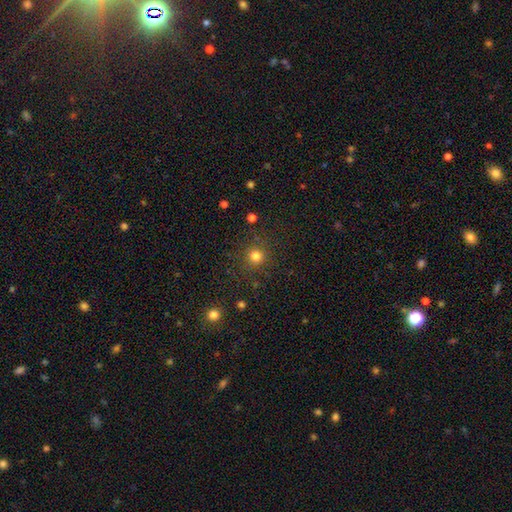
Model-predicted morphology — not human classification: A smooth galaxy with no disk features (80%) that is round (93%). Merging: none (87%).